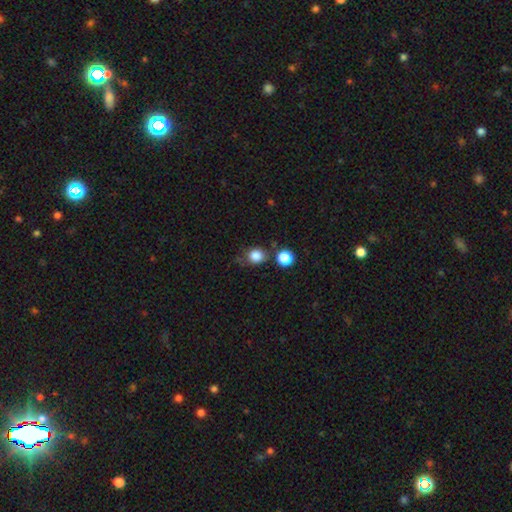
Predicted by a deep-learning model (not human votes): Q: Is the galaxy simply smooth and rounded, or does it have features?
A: smooth — 83%.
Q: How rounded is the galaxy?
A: round — 76%.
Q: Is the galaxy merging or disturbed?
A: none — 64%.